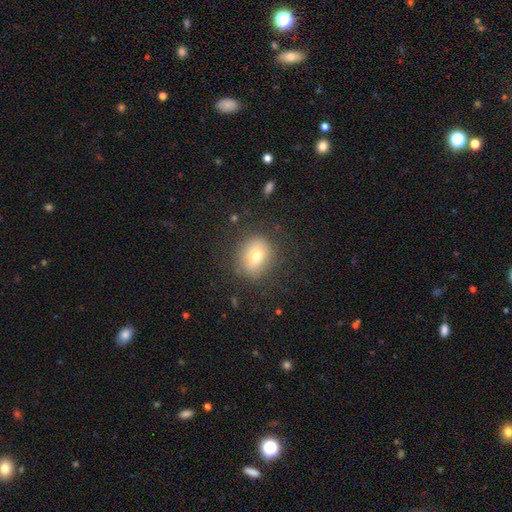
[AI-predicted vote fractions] Smooth or featured: smooth — 70% (featured or disk — 19%)
How rounded: round — 71% (in between — 28%)
Merging: none — 82% (minor disturbance — 12%)